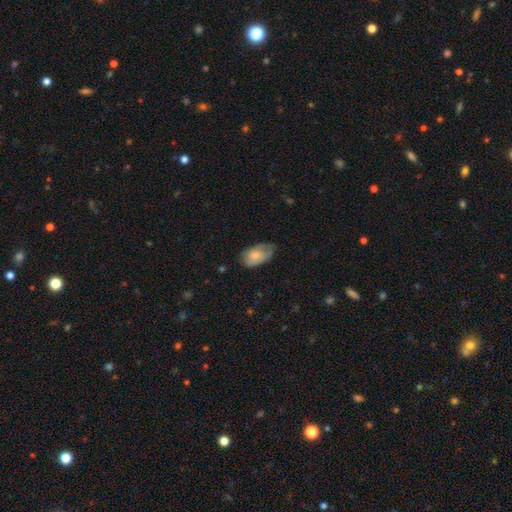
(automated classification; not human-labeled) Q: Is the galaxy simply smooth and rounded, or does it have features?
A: smooth — 70%.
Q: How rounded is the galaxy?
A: in between — 92%.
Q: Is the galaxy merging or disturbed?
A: none — 53%.